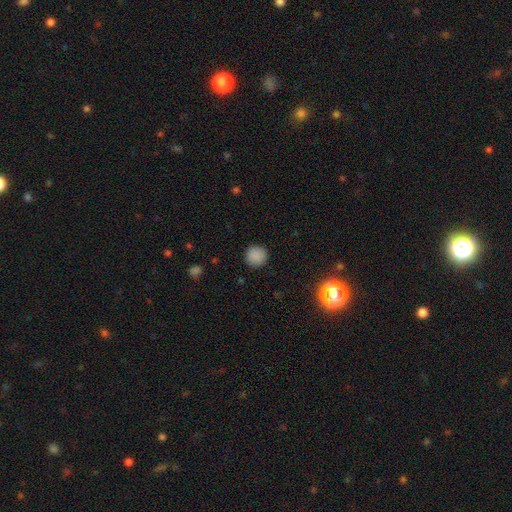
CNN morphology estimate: A smooth galaxy with no disk features (87%) that is round (94%).

Vote fractions:
- Smooth or featured? smooth: 87% / star or artifact: 10% / featured or disk: 3%
- How rounded? round: 94% / in between: 5% / cigar-shaped: 1%
- Merging? none: 91% / minor disturbance: 6% / major disturbance: 2% / merger: 1%